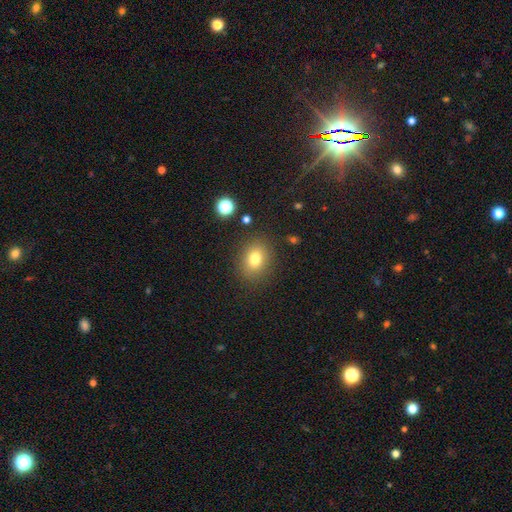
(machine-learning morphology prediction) A smooth galaxy with no disk features (52%) that is round (56%). Merging: none (88%).